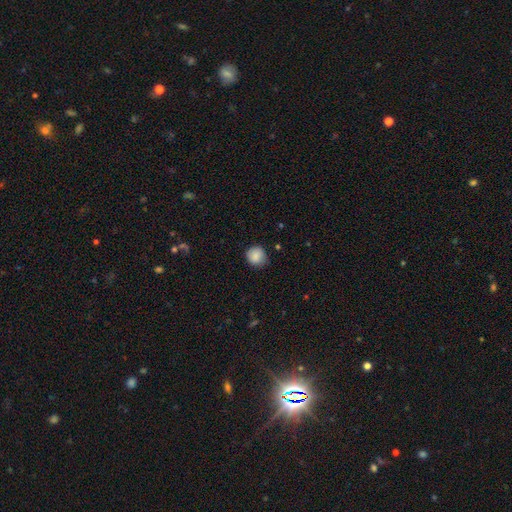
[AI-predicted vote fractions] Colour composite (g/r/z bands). It shows a smooth galaxy with no disk features (87%) that is round (89%). Merging: none (80%).